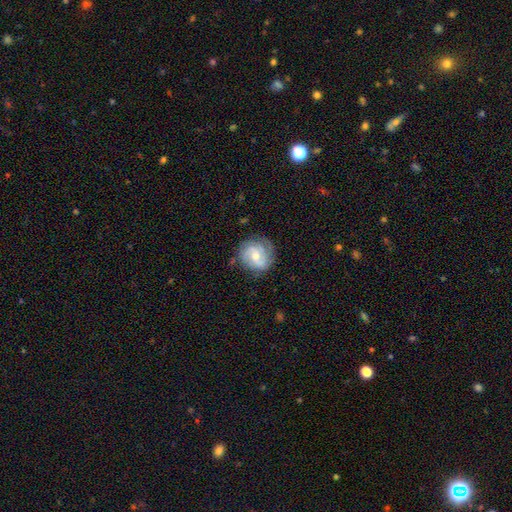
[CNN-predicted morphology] Overall: featured or disk (74%). Edge-on disk: no (98%). Bar: no (47%; weak 43%). Spiral arms: yes (93%). Spiral arm count: 2 (56%; can't tell 18%). Spiral winding: tight (48%; medium 40%). Bulge size: moderate (61%; small 34%). Merging: none (74%).